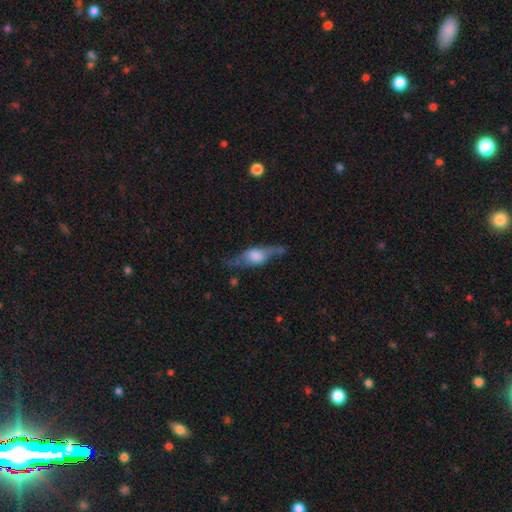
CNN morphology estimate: Smooth or featured?
  - featured or disk: 56% *
  - smooth: 36%
  - star or artifact: 7%
Edge-on disk?
  - yes: 75% *
  - no: 25%
Merging?
  - none: 54% *
  - minor disturbance: 26%
  - major disturbance: 16%
  - merger: 4%